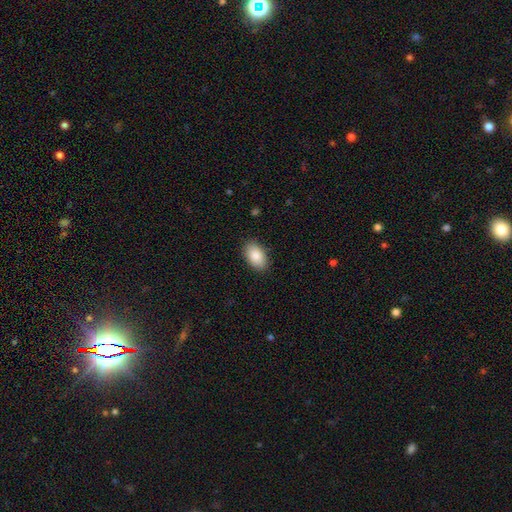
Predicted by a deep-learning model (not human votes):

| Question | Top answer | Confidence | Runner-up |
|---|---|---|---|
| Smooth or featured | smooth | 88% | star or artifact (6%) |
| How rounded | in between | 93% | round (6%) |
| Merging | none | 87% | minor disturbance (9%) |